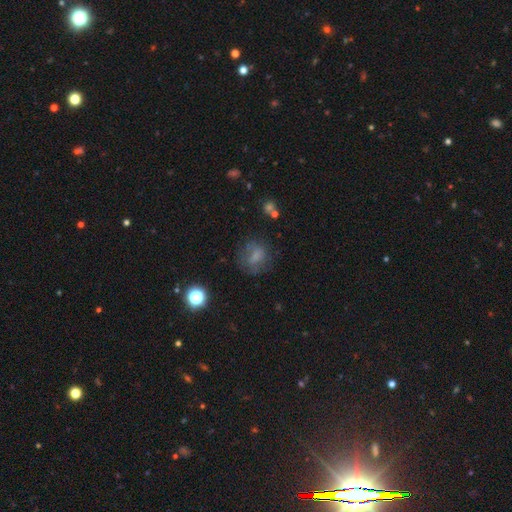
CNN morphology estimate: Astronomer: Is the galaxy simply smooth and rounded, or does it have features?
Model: smooth — 64%.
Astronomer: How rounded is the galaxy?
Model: round — 59% (runner-up: in between, 39%).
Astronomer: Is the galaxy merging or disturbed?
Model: none — 62%.